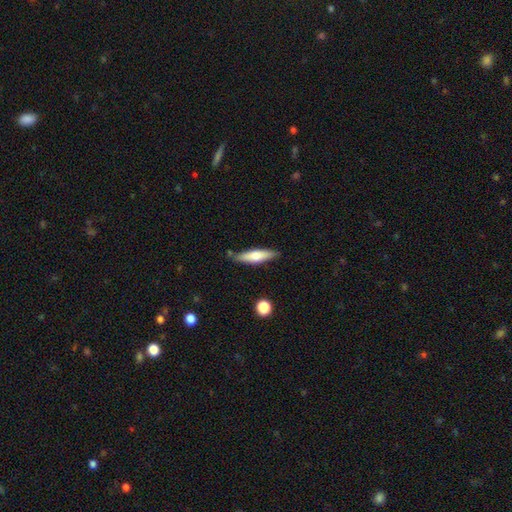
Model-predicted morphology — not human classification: This appears to be a smooth galaxy with no disk features (60%) that is cigar-shaped (69%). Merging: none (80%).